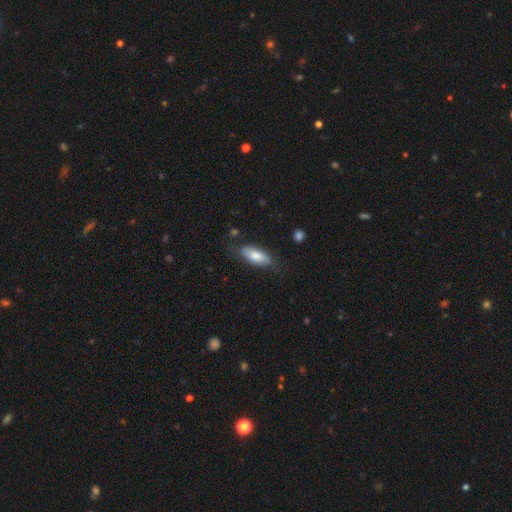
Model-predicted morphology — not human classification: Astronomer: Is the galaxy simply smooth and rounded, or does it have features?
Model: smooth — 72%.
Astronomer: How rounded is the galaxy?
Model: in between — 80%.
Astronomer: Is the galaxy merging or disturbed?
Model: none — 71%.